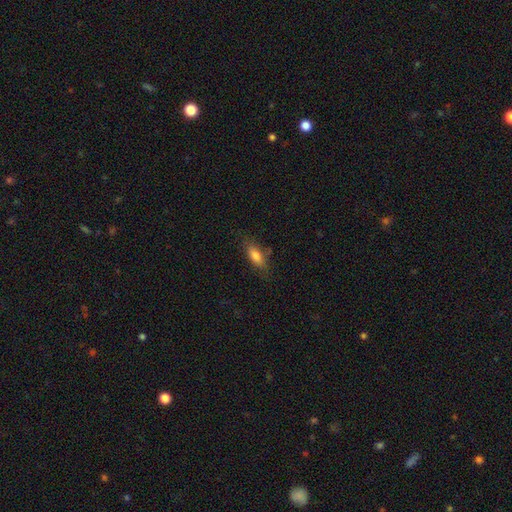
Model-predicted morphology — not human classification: smooth 78%, featured or disk 15%, star or artifact 8%. Down the decision tree: how rounded — in between (70%); merging — none (75%).